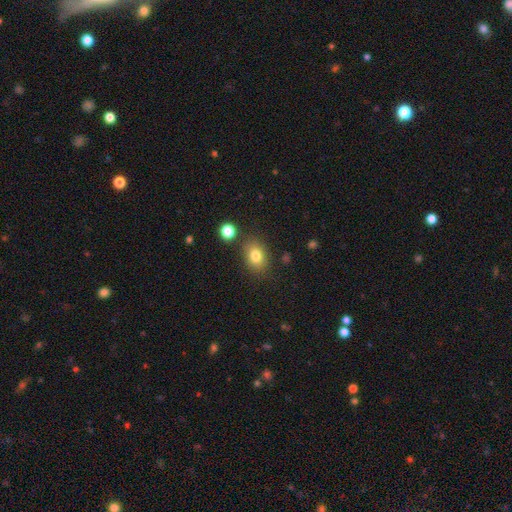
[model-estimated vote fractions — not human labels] Smooth or featured? Predicted: smooth (p=0.80). How rounded? Predicted: in between (p=0.69). Merging? Predicted: none (p=0.79).